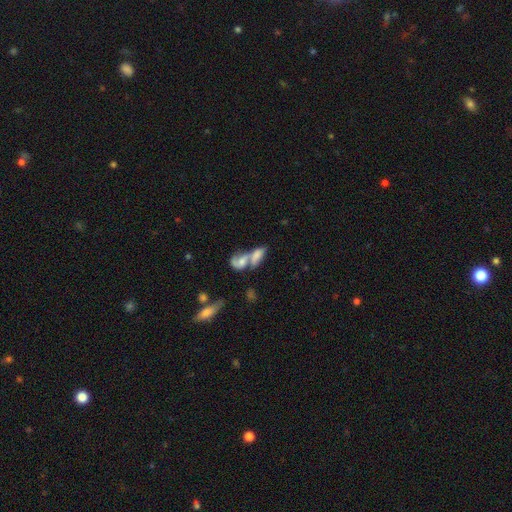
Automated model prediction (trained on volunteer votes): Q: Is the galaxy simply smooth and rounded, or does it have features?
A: smooth — 48%.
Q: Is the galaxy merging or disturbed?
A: merger — 69%.